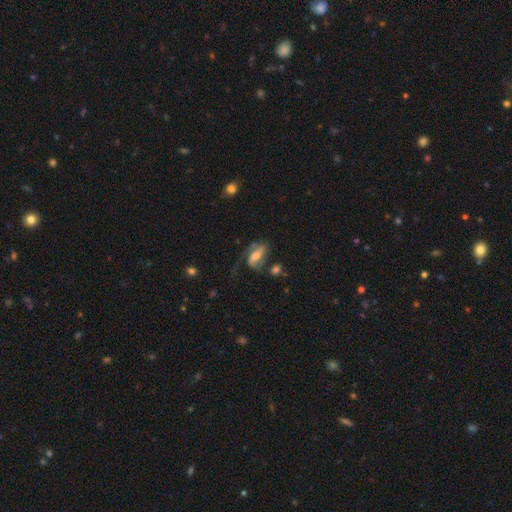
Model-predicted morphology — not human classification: This is likely a featured or disk galaxy (63%). It is clearly not viewed edge-on (93%). Bar: marginally weak (37%). Spiral arm pattern: clearly yes (84%). Central bulge: possibly moderate (51%). Merging: marginally none (39%).